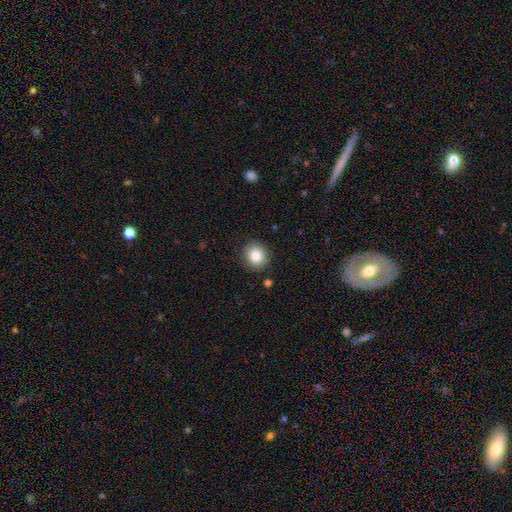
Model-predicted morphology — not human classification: This appears to be a smooth galaxy with no disk features (84%) that is round (75%). Merging: none (88%).